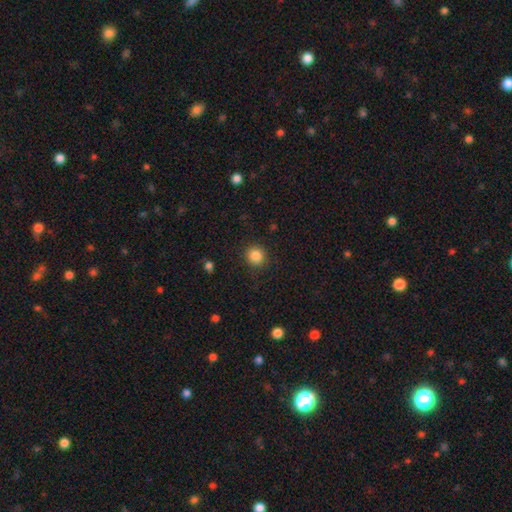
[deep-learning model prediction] The model was most divided on "smooth or featured": smooth: 85%, star or artifact: 10%, featured or disk: 4%. More confident: how rounded — round (90%); merging — none (89%).